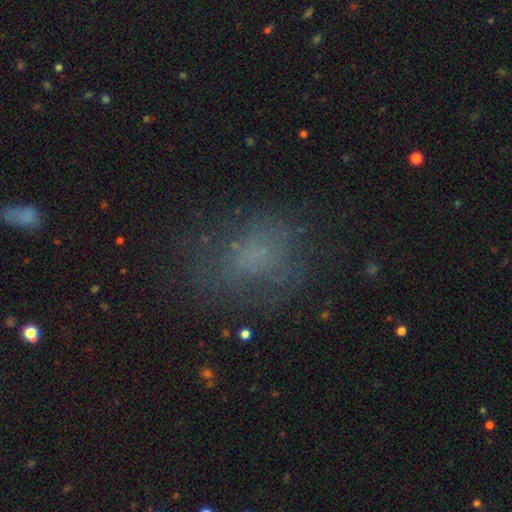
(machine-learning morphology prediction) smooth-or-featured: smooth: 56% | featured or disk: 23% | star or artifact: 21%
  how-rounded: in between: 55% | round: 44% | cigar-shaped: 2%
  merging: none: 61% | minor disturbance: 19% | major disturbance: 18% | merger: 2%